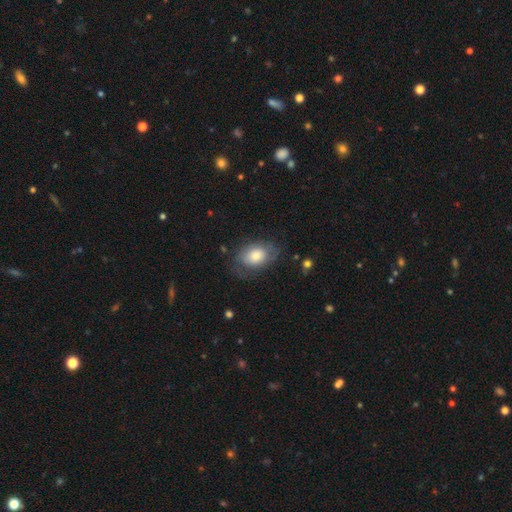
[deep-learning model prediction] The model was most divided on "smooth or featured": smooth: 62%, featured or disk: 31%, star or artifact: 7%. More confident: how rounded — in between (80%); merging — none (62%).